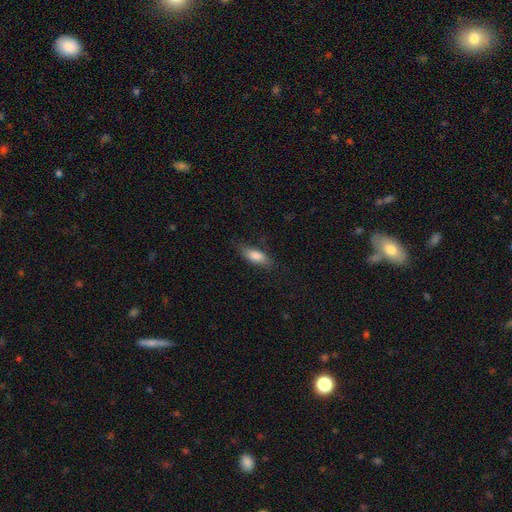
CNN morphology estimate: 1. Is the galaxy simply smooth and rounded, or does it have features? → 81% smooth, 12% featured or disk, 7% star or artifact.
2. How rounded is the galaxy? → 71% in between, 26% cigar-shaped, 2% round.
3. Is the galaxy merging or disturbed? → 75% none, 19% minor disturbance, 5% major disturbance, 1% merger.